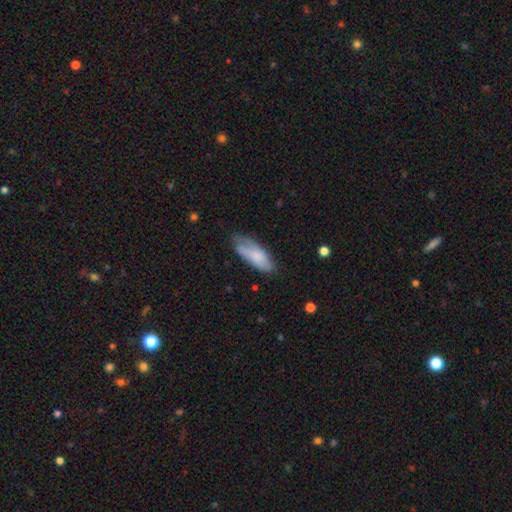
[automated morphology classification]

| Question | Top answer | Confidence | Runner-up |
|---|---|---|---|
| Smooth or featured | smooth | 67% | featured or disk (27%) |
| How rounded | in between | 72% | cigar-shaped (27%) |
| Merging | none | 53% | minor disturbance (32%) |